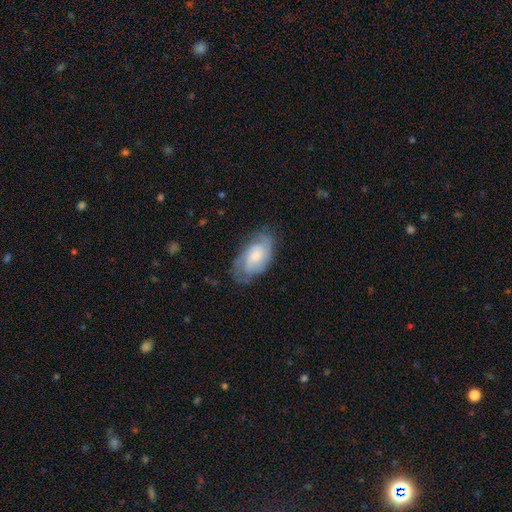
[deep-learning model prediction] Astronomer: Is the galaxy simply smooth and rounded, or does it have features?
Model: featured or disk — 61%.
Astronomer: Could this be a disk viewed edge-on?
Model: no — 95%.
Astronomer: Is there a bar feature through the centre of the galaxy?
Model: no — 63%.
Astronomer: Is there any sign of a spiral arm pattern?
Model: yes — 88%.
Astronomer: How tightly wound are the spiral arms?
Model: medium — 43% (runner-up: tight, 42%).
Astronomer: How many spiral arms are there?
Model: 2 — 40% (runner-up: can't tell, 32%).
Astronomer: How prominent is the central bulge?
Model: moderate — 43% (runner-up: small, 35%).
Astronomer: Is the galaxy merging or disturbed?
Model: none — 66%.